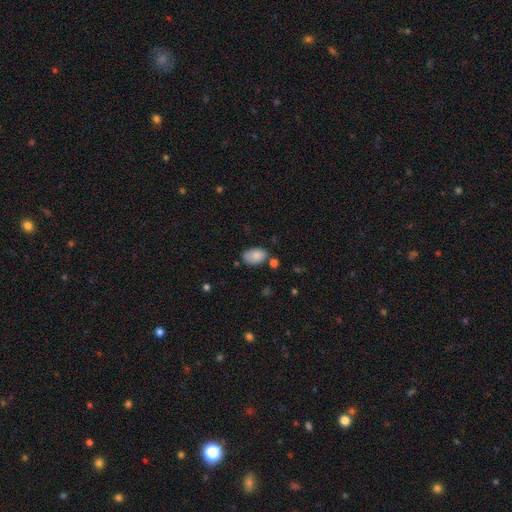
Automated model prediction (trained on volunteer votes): Overall: smooth (85%). How rounded: in between (91%). Merging: none (66%).